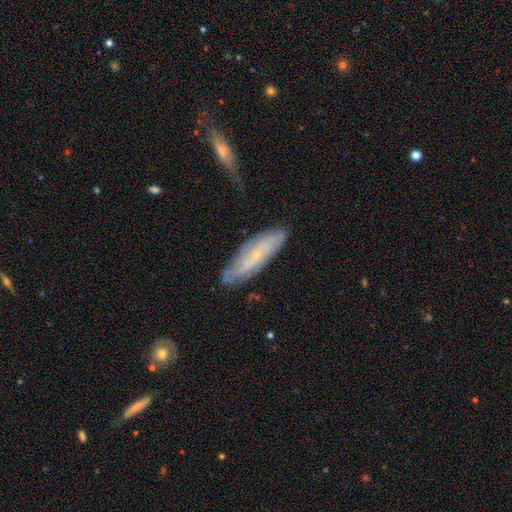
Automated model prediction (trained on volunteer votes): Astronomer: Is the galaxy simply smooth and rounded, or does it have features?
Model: featured or disk — 54% (runner-up: smooth, 37%).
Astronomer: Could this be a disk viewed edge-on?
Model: no — 65%.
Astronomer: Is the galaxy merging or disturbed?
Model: none — 75%.